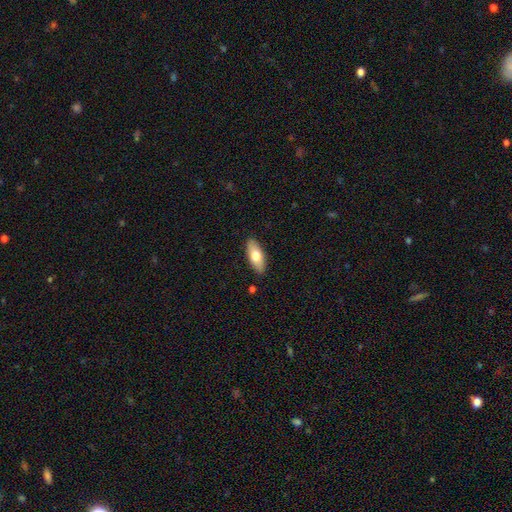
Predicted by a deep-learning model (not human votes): Smooth or featured?
  - smooth: 72% *
  - featured or disk: 23%
  - star or artifact: 6%
How rounded?
  - in between: 82% *
  - cigar-shaped: 16%
  - round: 2%
Merging?
  - none: 88% *
  - minor disturbance: 9%
  - major disturbance: 2%
  - merger: 1%